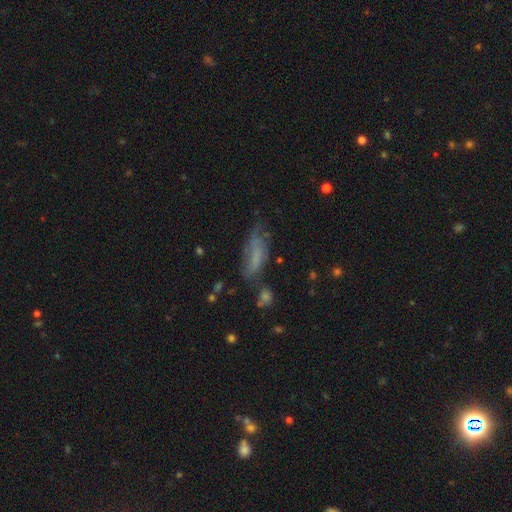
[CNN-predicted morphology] A smooth galaxy with no disk features (55%) that is in between round and cigar-shaped (54%). Merging: none (43%).